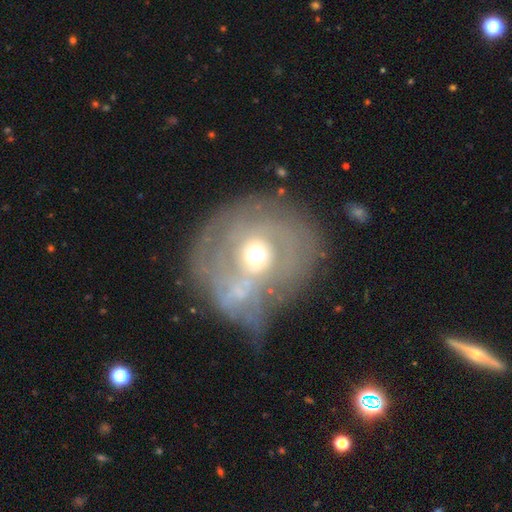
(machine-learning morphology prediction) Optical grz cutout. It shows a featured or disk galaxy (65%) with no bar (77%), no spiral arms (54%) and a moderate central bulge (65%). Merging: none (41%).